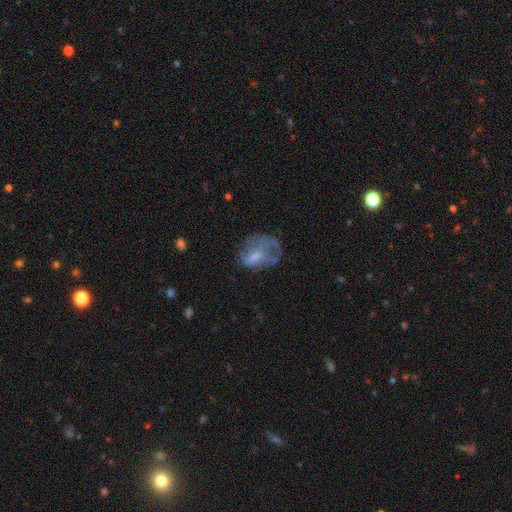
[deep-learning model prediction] Smooth or featured?
  - featured or disk: 50% *
  - smooth: 39%
  - star or artifact: 11%
Merging?
  - none: 37% *
  - major disturbance: 36%
  - minor disturbance: 23%
  - merger: 3%